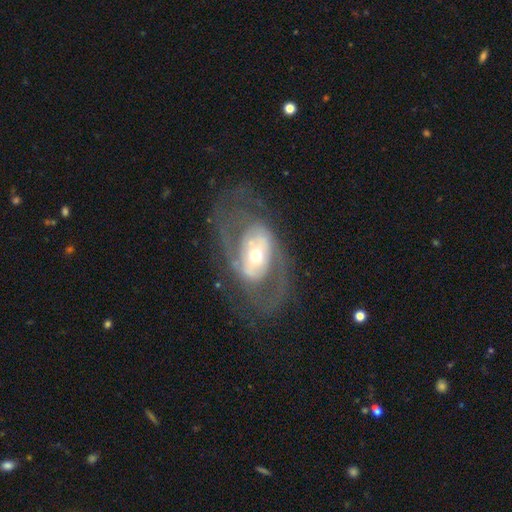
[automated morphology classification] smooth_or_featured: featured or disk (p=0.79) [alt: smooth p=0.15]
disk_edge_on: no (p=0.94) [alt: yes p=0.06]
bar: no (p=0.45) [alt: weak p=0.31]
has_spiral_arms: yes (p=0.71) [alt: no p=0.29]
spiral_winding: medium (p=0.45) [alt: tight p=0.29]
spiral_arm_count: 2 (p=0.77) [alt: can't tell p=0.14]
bulge_size: moderate (p=0.66) [alt: small p=0.21]
merging: none (p=0.62) [alt: major disturbance p=0.19]